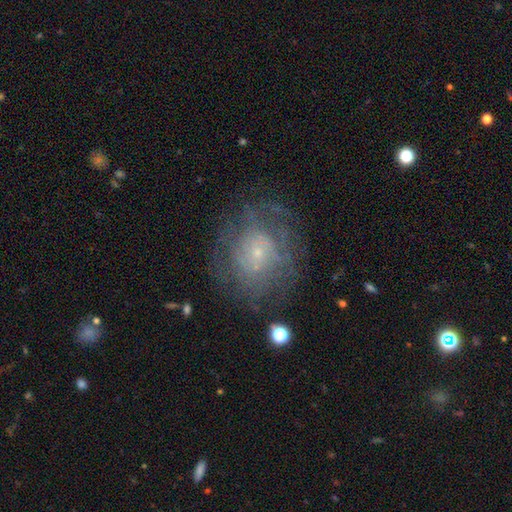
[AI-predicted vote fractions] Morphology: type=featured or disk (58%); edge-on=no (96%); bar=no (76%); spiral arms=yes (68%); bulge=small (80%); merging=none (73%).